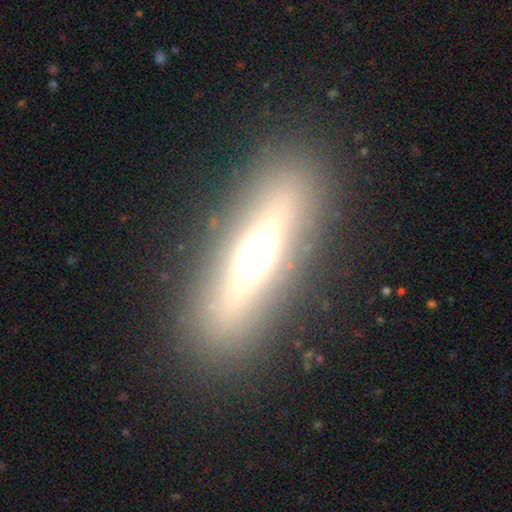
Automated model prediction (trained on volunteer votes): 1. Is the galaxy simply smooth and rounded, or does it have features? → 57% featured or disk, 32% smooth, 10% star or artifact.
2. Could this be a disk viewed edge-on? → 84% yes, 16% no.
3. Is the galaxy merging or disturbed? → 87% none, 8% minor disturbance, 4% major disturbance, 1% merger.